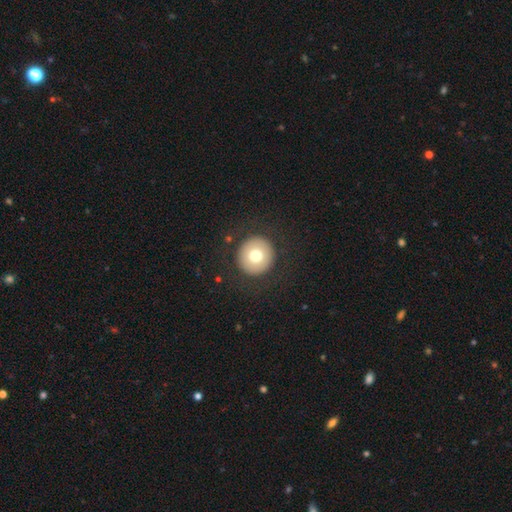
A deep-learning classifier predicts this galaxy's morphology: Smooth or featured? smooth (72%)
How rounded? round (95%)
Merging? none (90%)